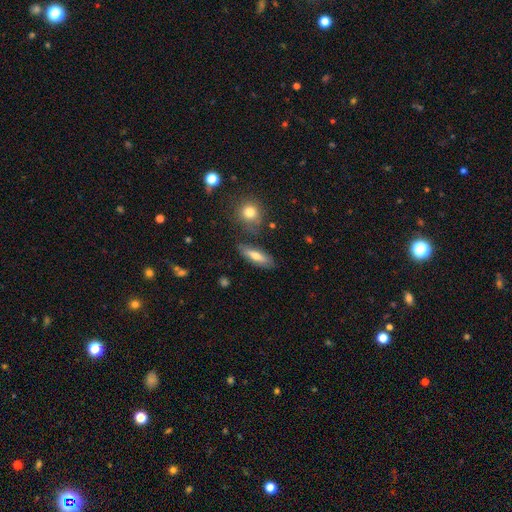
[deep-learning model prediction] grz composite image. It shows a smooth galaxy with no disk features (66%) that is cigar-shaped (50%). Merging: none (78%).